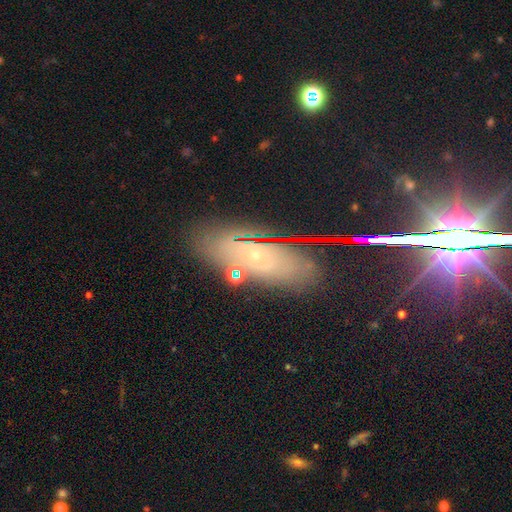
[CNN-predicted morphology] Smooth or featured? featured or disk (54%)
Edge-on disk? no (77%)
Merging? none (78%)